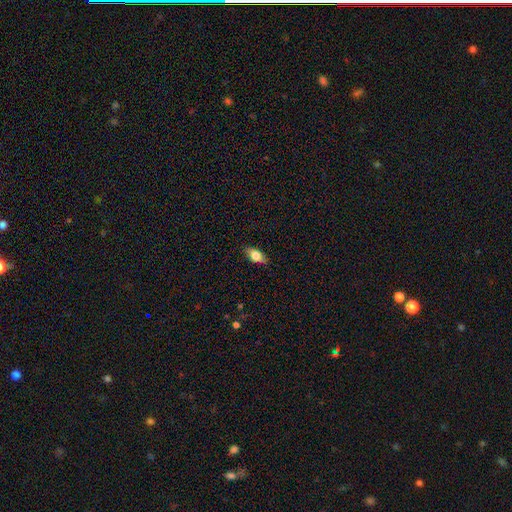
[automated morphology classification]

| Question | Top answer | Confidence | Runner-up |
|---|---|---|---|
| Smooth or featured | smooth | 72% | featured or disk (21%) |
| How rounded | in between | 85% | cigar-shaped (10%) |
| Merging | none | 86% | minor disturbance (11%) |